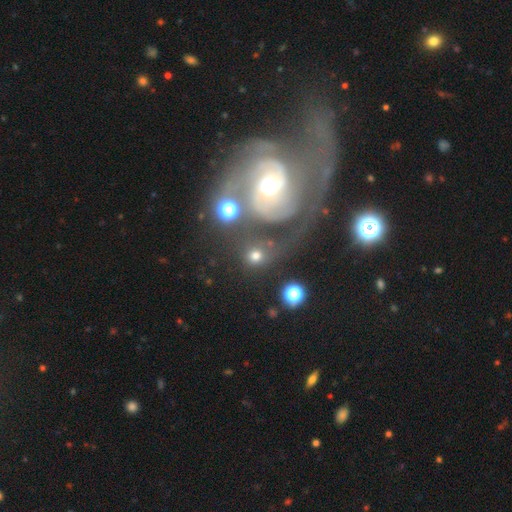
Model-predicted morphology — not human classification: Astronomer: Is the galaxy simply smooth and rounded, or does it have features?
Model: smooth — 67%.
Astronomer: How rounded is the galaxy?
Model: round — 83%.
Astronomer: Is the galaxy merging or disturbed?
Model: none — 54%.